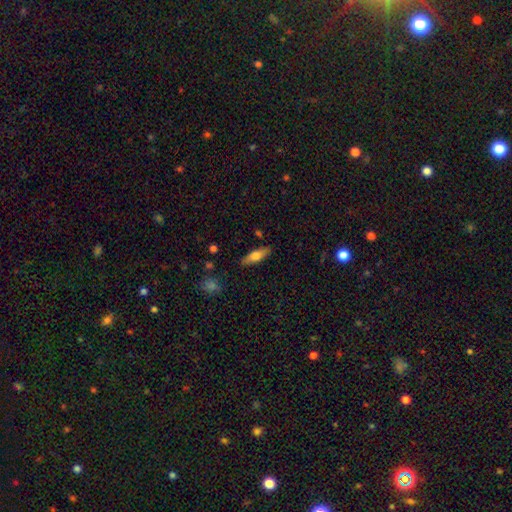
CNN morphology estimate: smooth-or-featured: smooth: 66% | featured or disk: 27% | star or artifact: 6%
  how-rounded: in between: 50% | cigar-shaped: 48% | round: 2%
  merging: none: 85% | minor disturbance: 11% | major disturbance: 2% | merger: 2%